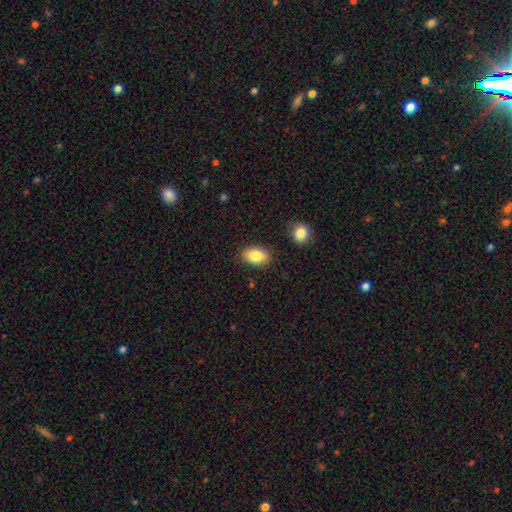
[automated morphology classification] This appears to be a smooth galaxy with no disk features (85%) that is in between round and cigar-shaped (90%). Merging: none (85%).